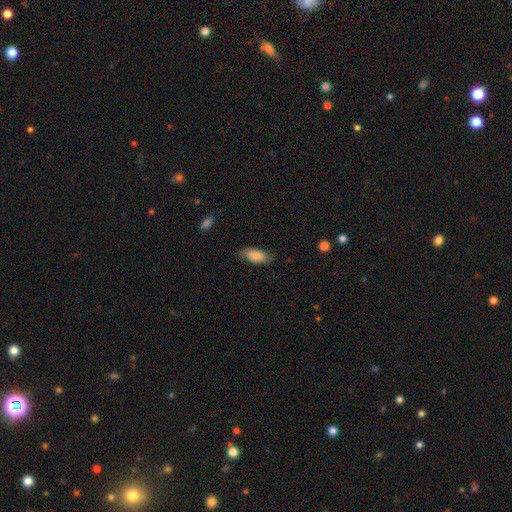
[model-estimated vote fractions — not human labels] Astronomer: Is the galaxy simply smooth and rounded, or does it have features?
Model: smooth — 83%.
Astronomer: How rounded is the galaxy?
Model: in between — 84%.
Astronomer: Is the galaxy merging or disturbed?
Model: none — 78%.